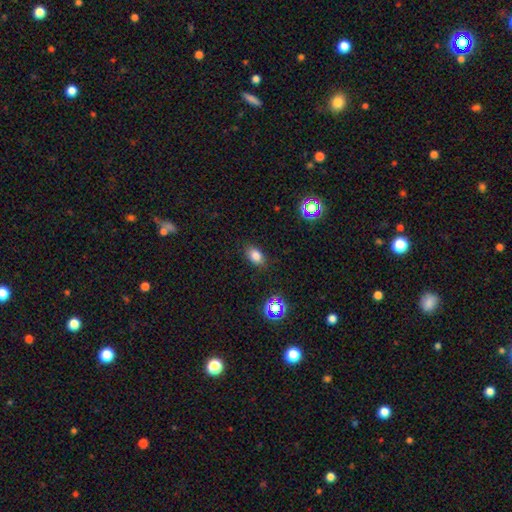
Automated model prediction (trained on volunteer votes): Overall: smooth (78%). How rounded: in between (85%). Merging: none (85%).